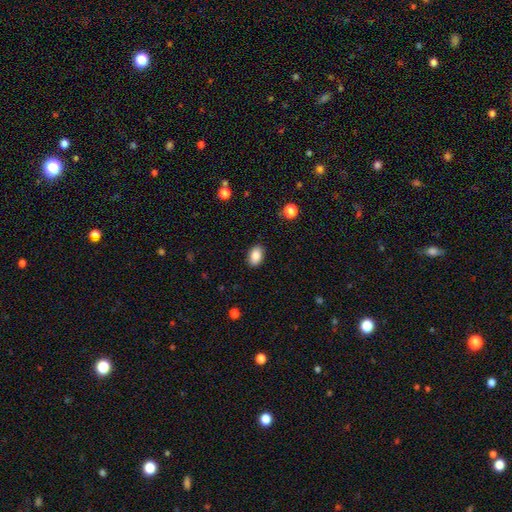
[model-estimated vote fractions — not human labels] Q: Smooth or featured?
A: smooth (88%); runner-up: star or artifact (8%)
Q: How rounded?
A: in between (88%); runner-up: round (11%)
Q: Merging?
A: none (89%); runner-up: minor disturbance (8%)